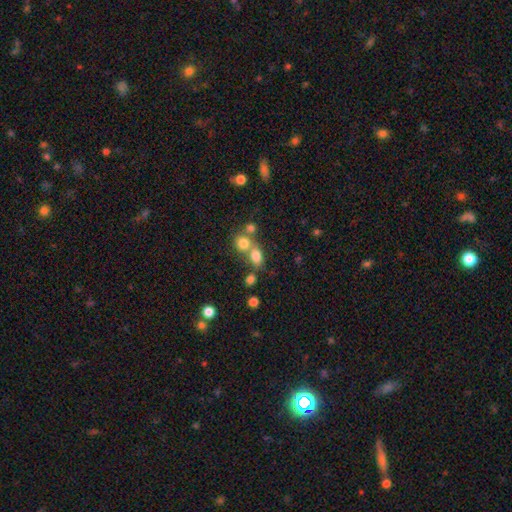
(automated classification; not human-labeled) smooth_or_featured: smooth (p=0.77) [alt: star or artifact p=0.13]
how_rounded: in between (p=0.64) [alt: round p=0.35]
merging: none (p=0.44) [alt: merger p=0.40]